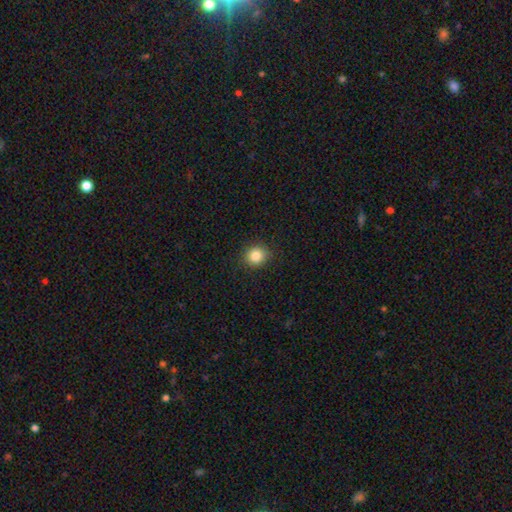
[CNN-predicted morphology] smooth 85%, star or artifact 11%, featured or disk 5%. Down the decision tree: how rounded — round (86%); merging — none (90%).